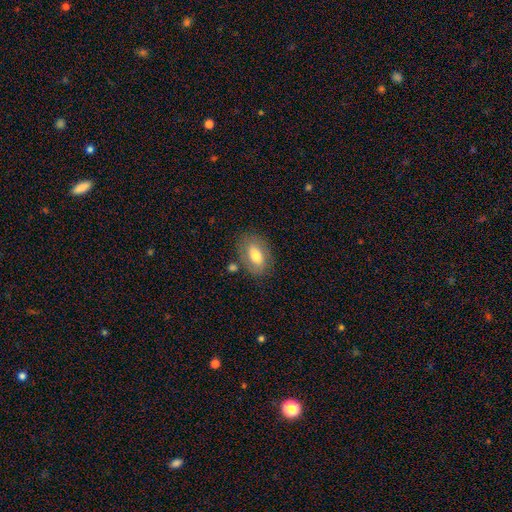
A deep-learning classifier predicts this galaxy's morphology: Q: Smooth or featured?
A: smooth (69%); runner-up: featured or disk (24%)
Q: How rounded?
A: in between (87%); runner-up: round (10%)
Q: Merging?
A: none (74%); runner-up: minor disturbance (15%)